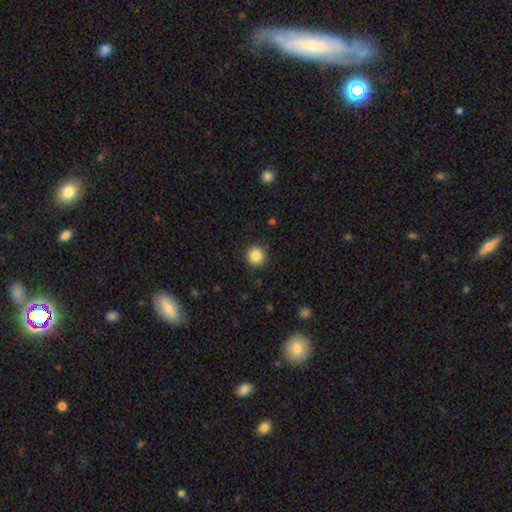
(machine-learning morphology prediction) Smooth or featured?
  - smooth: 86% *
  - star or artifact: 10%
  - featured or disk: 4%
How rounded?
  - round: 94% *
  - in between: 5%
  - cigar-shaped: 1%
Merging?
  - none: 90% *
  - minor disturbance: 7%
  - major disturbance: 2%
  - merger: 1%